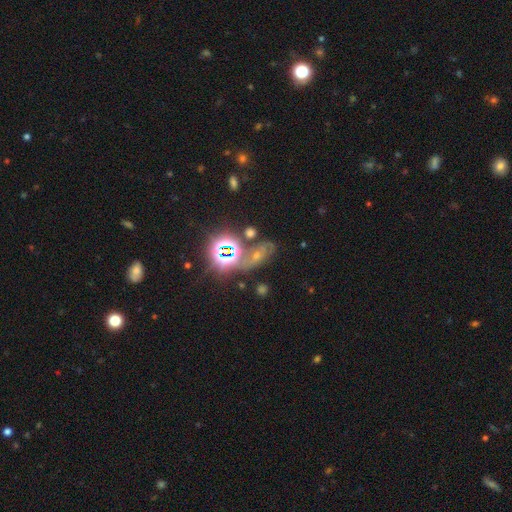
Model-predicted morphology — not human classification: smooth-or-featured: star or artifact: 45% | smooth: 28% | featured or disk: 27%